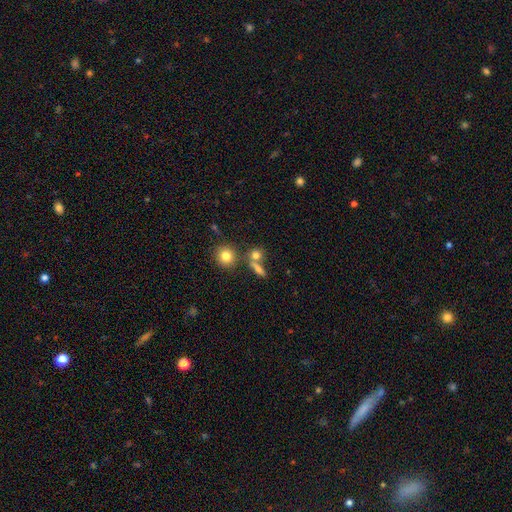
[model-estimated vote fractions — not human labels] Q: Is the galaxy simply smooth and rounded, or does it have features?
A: smooth — 74%.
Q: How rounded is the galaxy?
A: round — 64%.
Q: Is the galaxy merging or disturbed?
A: none — 60%.